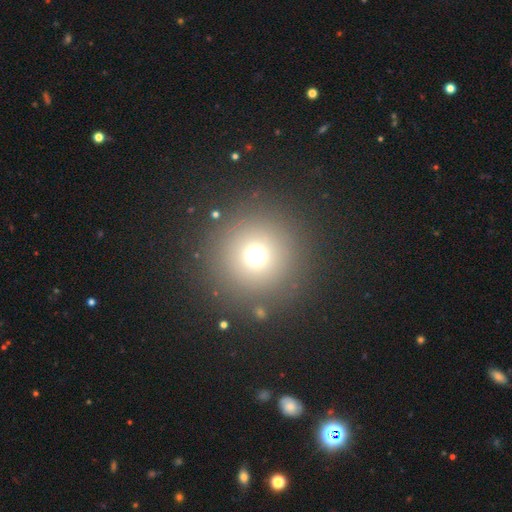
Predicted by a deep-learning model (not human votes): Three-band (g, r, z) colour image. It shows a smooth galaxy with no disk features (69%) that is round (96%). Merging: none (88%).